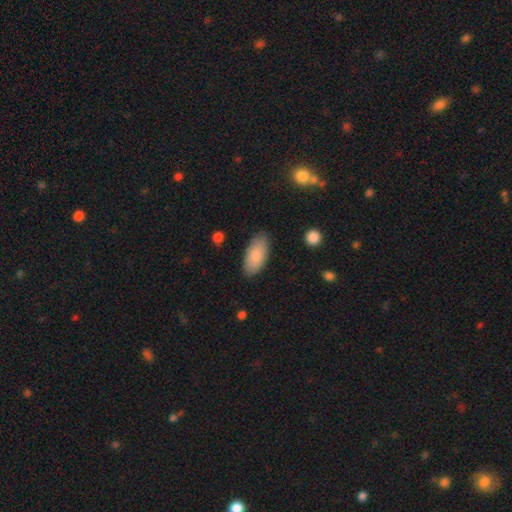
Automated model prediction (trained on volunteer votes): smooth 86%, featured or disk 8%, star or artifact 6%. Down the decision tree: how rounded — in between (92%); merging — none (83%).